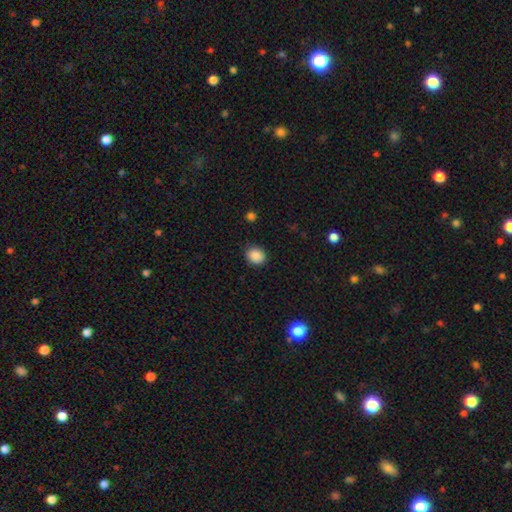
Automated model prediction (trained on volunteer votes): This is clearly a smooth galaxy (88%). How rounded: likely round (67%). Merging: clearly none (87%).